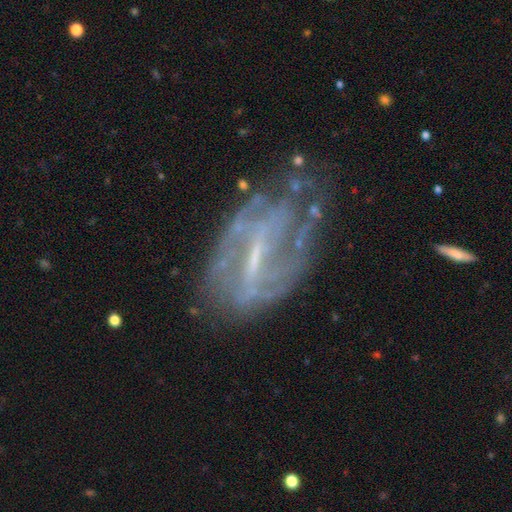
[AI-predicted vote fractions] Smooth or featured? featured or disk (82%)
Edge-on disk? no (94%)
Bar? strong (47%)
Spiral arms? yes (77%)
Spiral winding? tight (40%)
Spiral arm count? can't tell (41%)
Bulge size? small (54%)
Merging? none (58%)